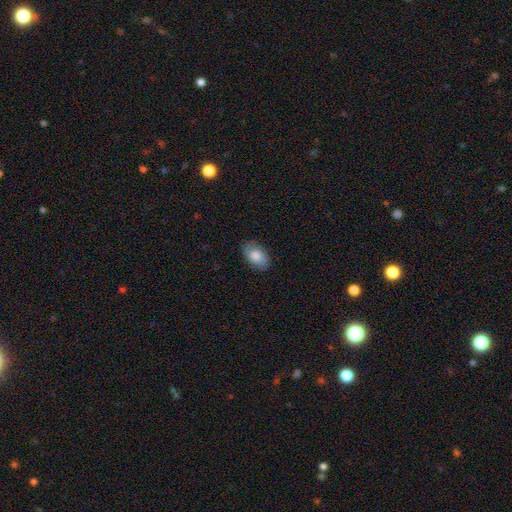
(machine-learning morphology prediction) This is likely a smooth galaxy (73%). How rounded: clearly in between (89%). Merging: clearly none (81%).